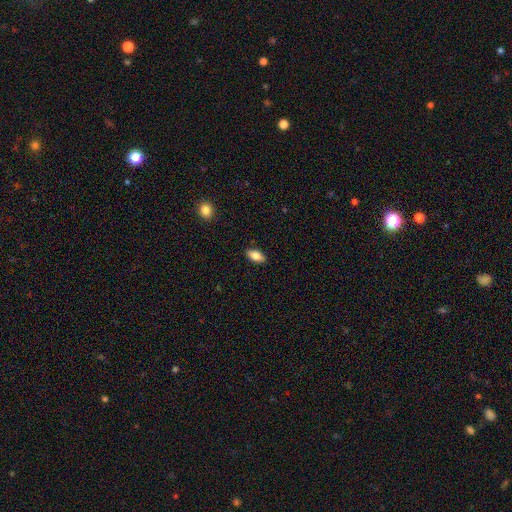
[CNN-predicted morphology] type=smooth (79%); roundness=in between (88%); merging=none (89%).